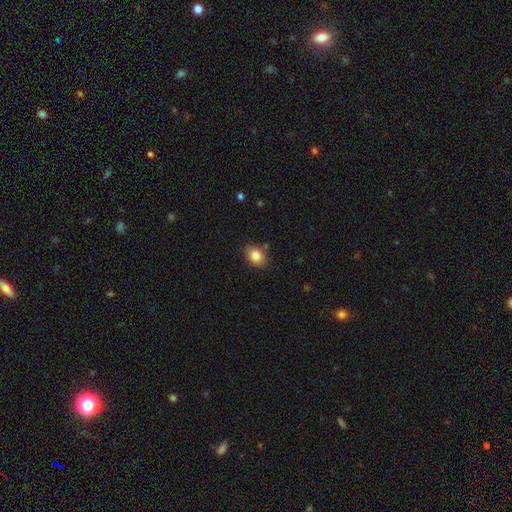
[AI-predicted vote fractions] A smooth galaxy with no disk features (85%) that is in between round and cigar-shaped (58%). Merging: none (81%).